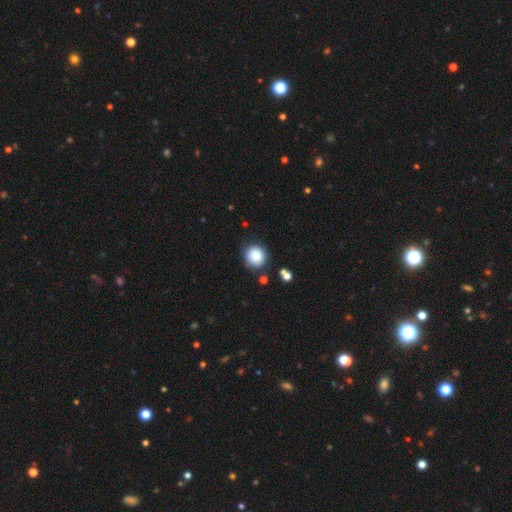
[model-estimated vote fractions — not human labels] Morphology: type=smooth (86%); roundness=round (85%); merging=none (80%).